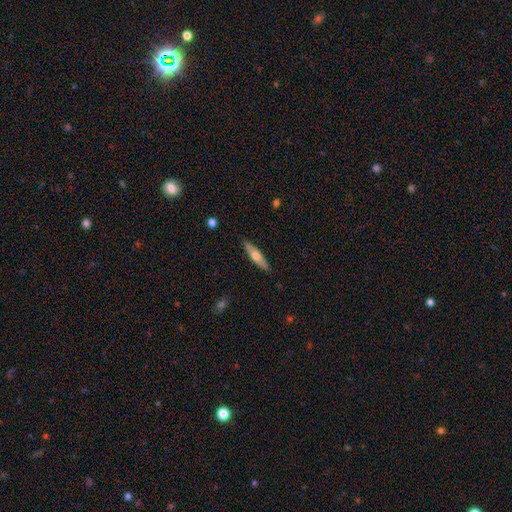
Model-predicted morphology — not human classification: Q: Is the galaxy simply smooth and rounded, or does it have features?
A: smooth — 48%.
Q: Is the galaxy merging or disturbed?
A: none — 89%.